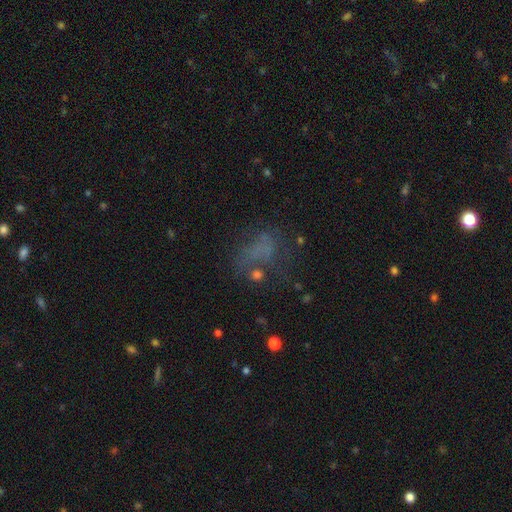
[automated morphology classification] Smooth or featured? smooth (43%)
Merging? none (45%)